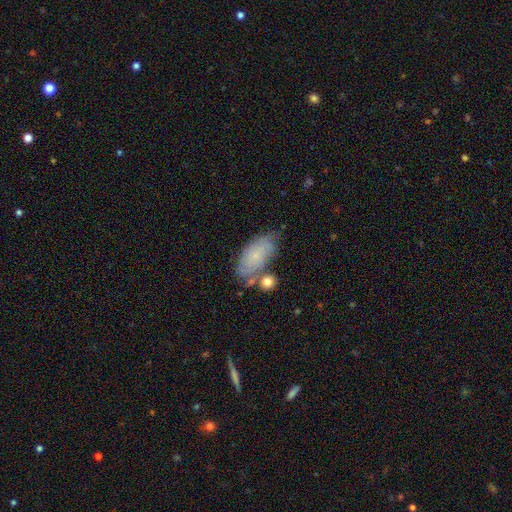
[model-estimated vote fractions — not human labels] smooth-or-featured: smooth: 57% | featured or disk: 35% | star or artifact: 8%
  how-rounded: in between: 90% | round: 5% | cigar-shaped: 5%
  merging: none: 54% | minor disturbance: 24% | merger: 14% | major disturbance: 8%